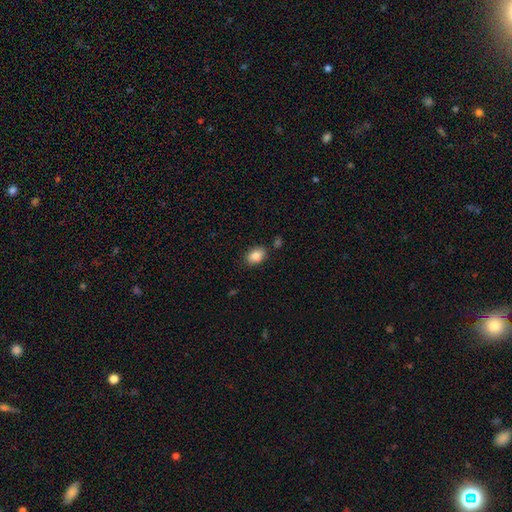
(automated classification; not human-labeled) smooth-or-featured: smooth: 86% | star or artifact: 8% | featured or disk: 5%
  how-rounded: in between: 80% | round: 19% | cigar-shaped: 1%
  merging: none: 81% | minor disturbance: 12% | merger: 5% | major disturbance: 3%